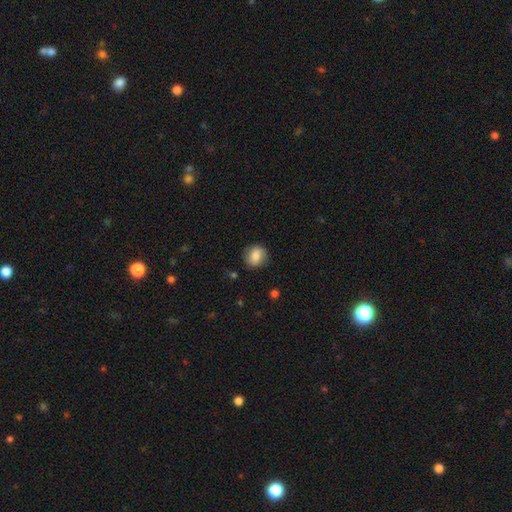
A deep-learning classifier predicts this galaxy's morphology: Q: Smooth or featured?
A: smooth (72%); runner-up: featured or disk (19%)
Q: How rounded?
A: round (70%); runner-up: in between (29%)
Q: Merging?
A: none (80%); runner-up: minor disturbance (14%)